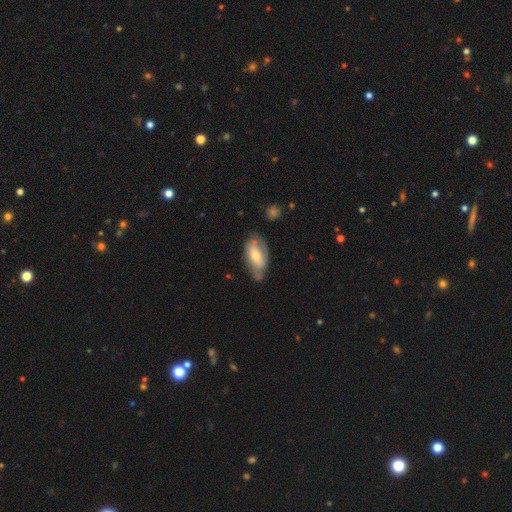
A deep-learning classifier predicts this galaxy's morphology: Q: Smooth or featured?
A: featured or disk (48%); runner-up: smooth (46%)
Q: Merging?
A: none (56%); runner-up: minor disturbance (29%)